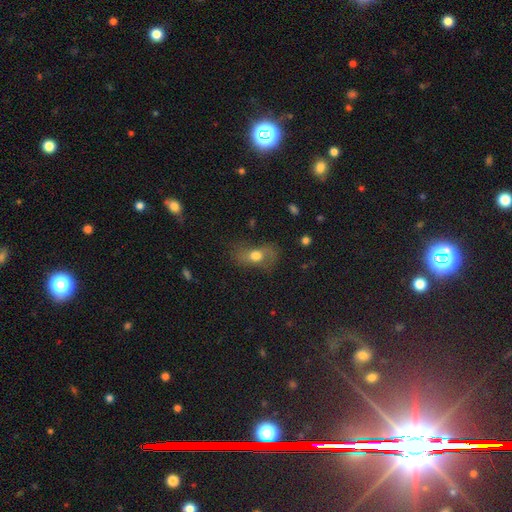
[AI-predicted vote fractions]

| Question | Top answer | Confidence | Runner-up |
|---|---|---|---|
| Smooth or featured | smooth | 56% | featured or disk (32%) |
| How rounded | in between | 72% | round (22%) |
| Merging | none | 51% | minor disturbance (24%) |